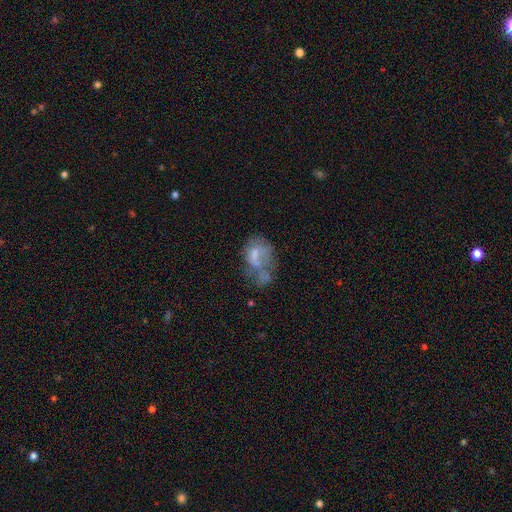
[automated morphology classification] Smooth or featured? smooth (45%)
Merging? major disturbance (33%)